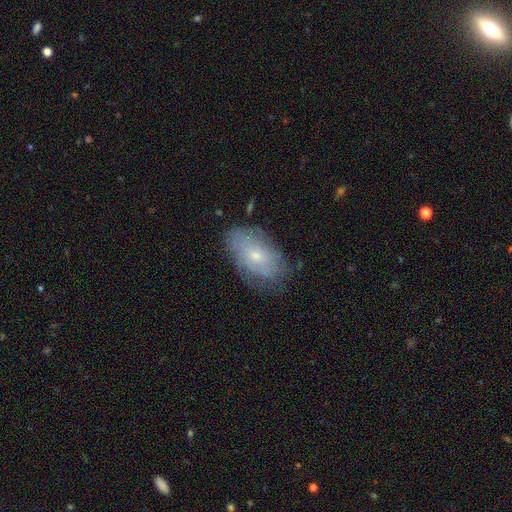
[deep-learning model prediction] A featured or disk galaxy (48%).

Vote fractions:
- Smooth or featured? featured or disk: 48% / smooth: 44% / star or artifact: 8%
- Merging? none: 70% / minor disturbance: 22% / major disturbance: 7% / merger: 1%